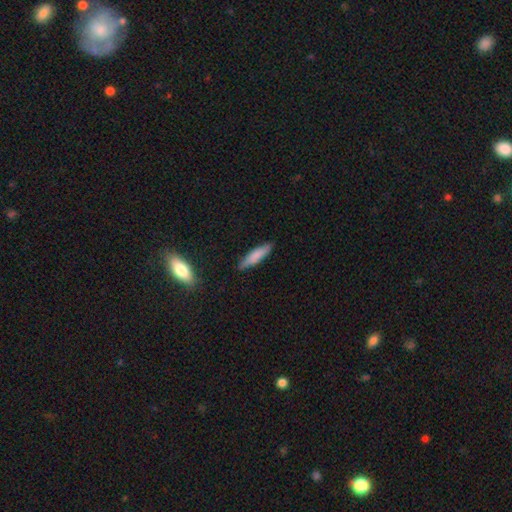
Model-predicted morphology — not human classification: smooth 78%, featured or disk 16%, star or artifact 6%. Down the decision tree: how rounded — cigar-shaped (75%); merging — none (82%).